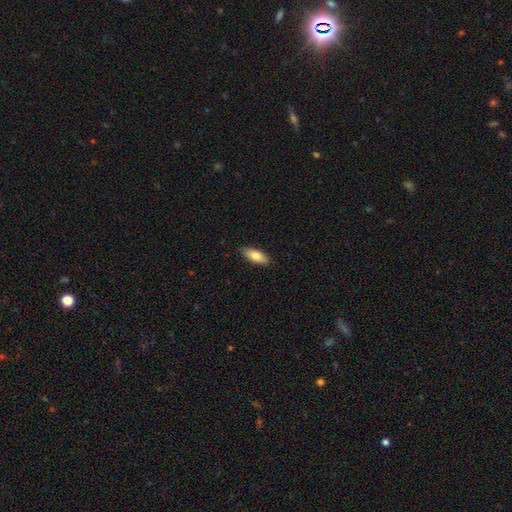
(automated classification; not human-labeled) Q: Smooth or featured?
A: smooth (79%); runner-up: featured or disk (15%)
Q: How rounded?
A: in between (79%); runner-up: cigar-shaped (19%)
Q: Merging?
A: none (88%); runner-up: minor disturbance (9%)